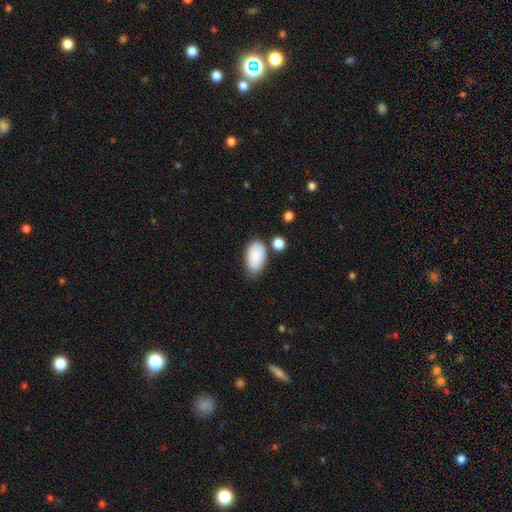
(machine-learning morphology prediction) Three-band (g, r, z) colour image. It shows a smooth galaxy with no disk features (88%) that is in between round and cigar-shaped (95%). Merging: none (71%).